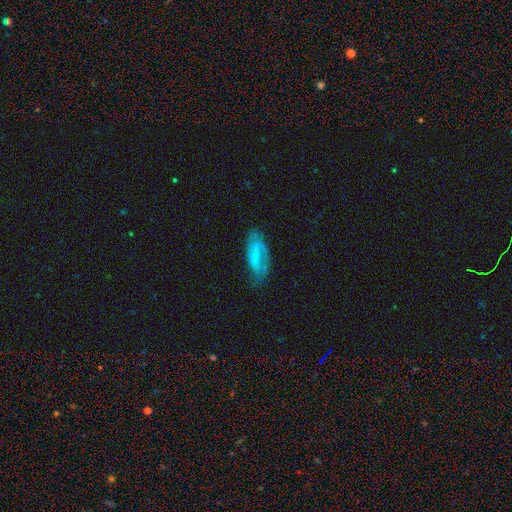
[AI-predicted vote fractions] Morphology: type=featured or disk (49%); merging=none (57%).